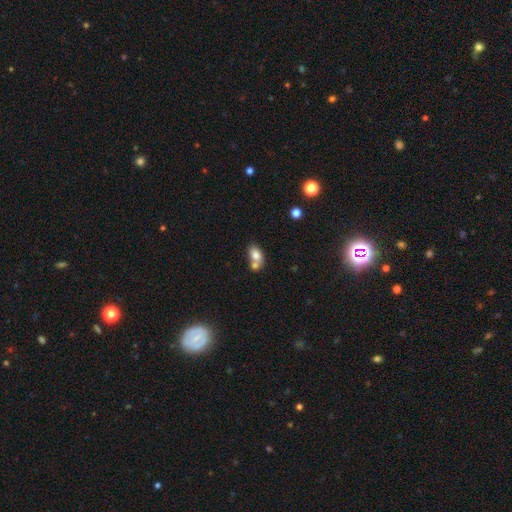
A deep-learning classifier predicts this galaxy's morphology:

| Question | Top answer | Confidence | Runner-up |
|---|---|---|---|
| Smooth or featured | smooth | 77% | featured or disk (14%) |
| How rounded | in between | 81% | round (17%) |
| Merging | merger | 51% | none (34%) |